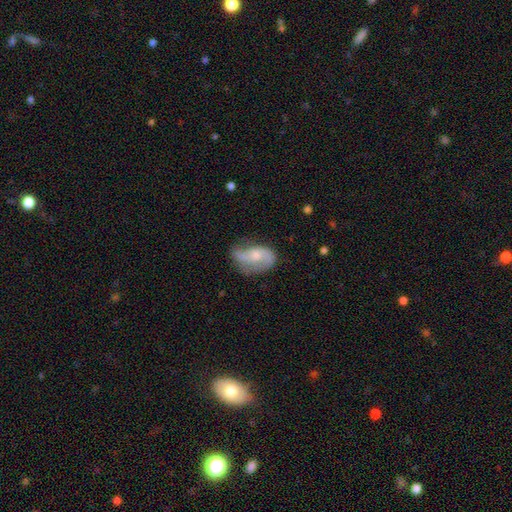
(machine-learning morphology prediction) A featured or disk galaxy (64%) with no bar (61%), 2 (77%) loose (53%) spiral arms (87%) and a moderate central bulge (40%). Merging: none (48%).